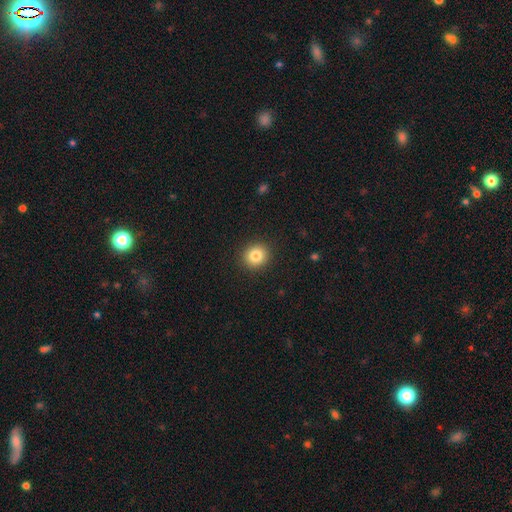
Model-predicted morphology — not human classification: Q: Smooth or featured?
A: smooth (84%); runner-up: star or artifact (10%)
Q: How rounded?
A: round (85%); runner-up: in between (15%)
Q: Merging?
A: none (91%); runner-up: minor disturbance (6%)